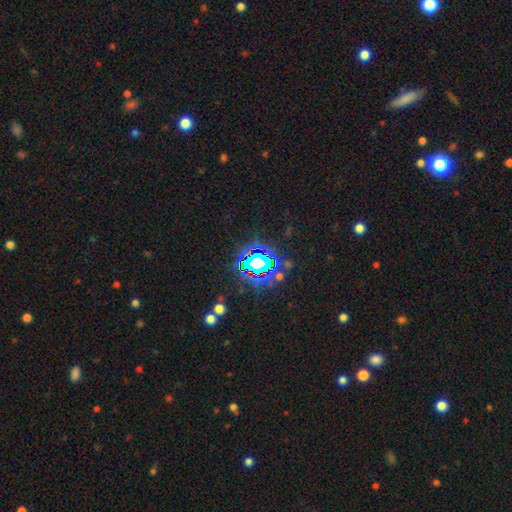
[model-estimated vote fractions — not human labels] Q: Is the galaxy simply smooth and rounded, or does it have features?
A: star or artifact — 79%.